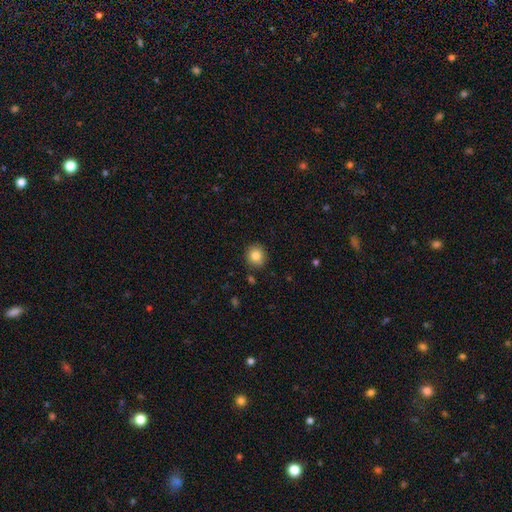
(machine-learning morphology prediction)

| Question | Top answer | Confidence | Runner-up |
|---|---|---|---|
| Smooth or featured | smooth | 84% | star or artifact (10%) |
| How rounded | round | 86% | in between (13%) |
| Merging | none | 88% | minor disturbance (8%) |